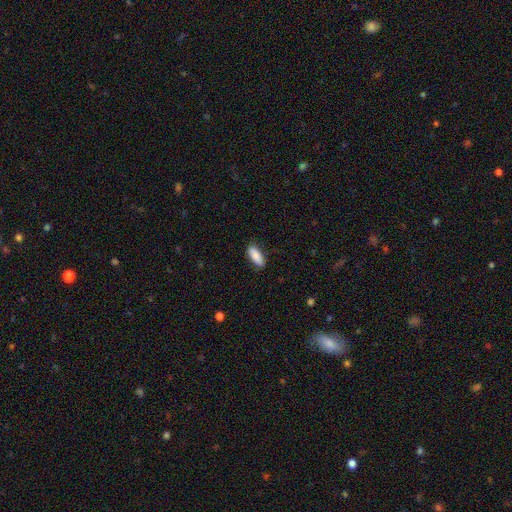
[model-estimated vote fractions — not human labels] This appears to be a smooth galaxy with no disk features (86%) that is in between round and cigar-shaped (73%). Merging: none (85%).